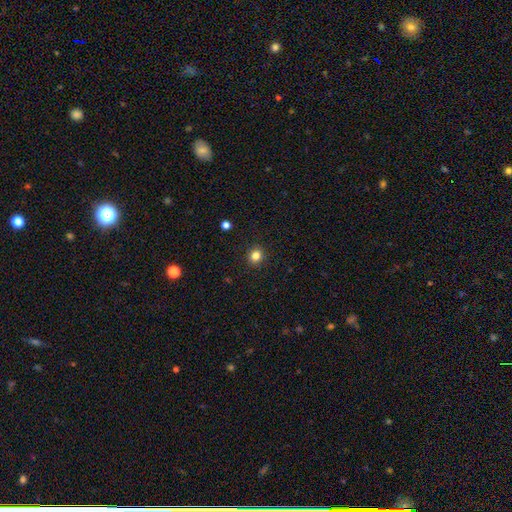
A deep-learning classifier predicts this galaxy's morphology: This is clearly a smooth galaxy (83%). How rounded: clearly round (86%). Merging: clearly none (92%).